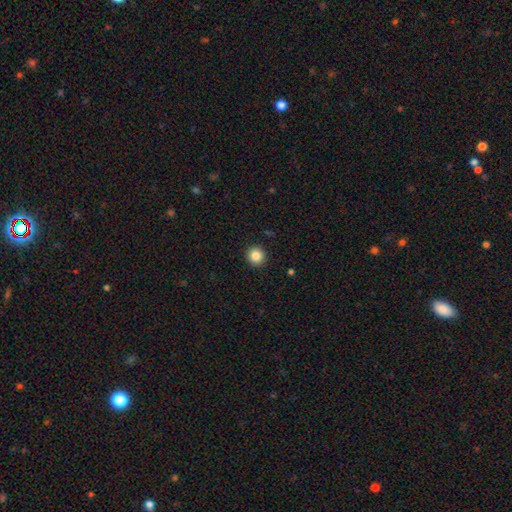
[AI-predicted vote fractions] The model was most divided on "smooth or featured": smooth: 85%, star or artifact: 10%, featured or disk: 4%. More confident: how rounded — round (94%); merging — none (93%).